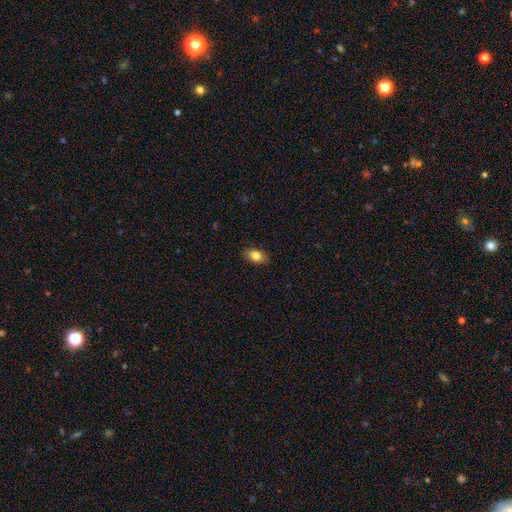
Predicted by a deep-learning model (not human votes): A smooth galaxy with no disk features (83%) that is in between round and cigar-shaped (88%). Merging: none (87%).